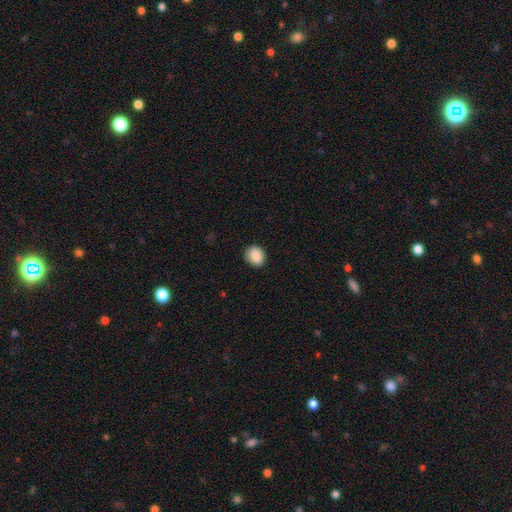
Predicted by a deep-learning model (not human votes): Morphology: type=smooth (88%); roundness=round (61%); merging=none (88%).